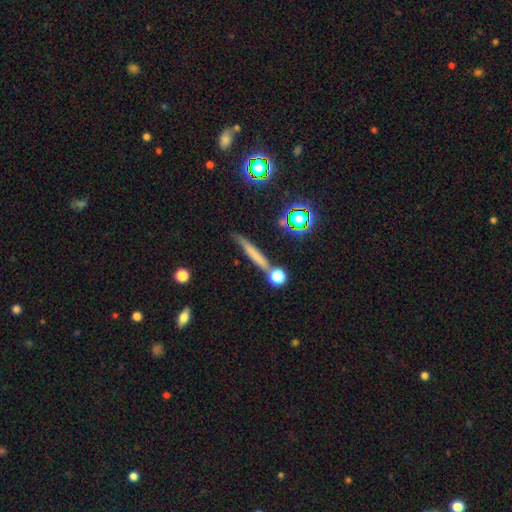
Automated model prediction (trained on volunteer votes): Q: Smooth or featured?
A: smooth (56%); runner-up: featured or disk (30%)
Q: How rounded?
A: cigar-shaped (86%); runner-up: round (8%)
Q: Merging?
A: none (74%); runner-up: minor disturbance (13%)